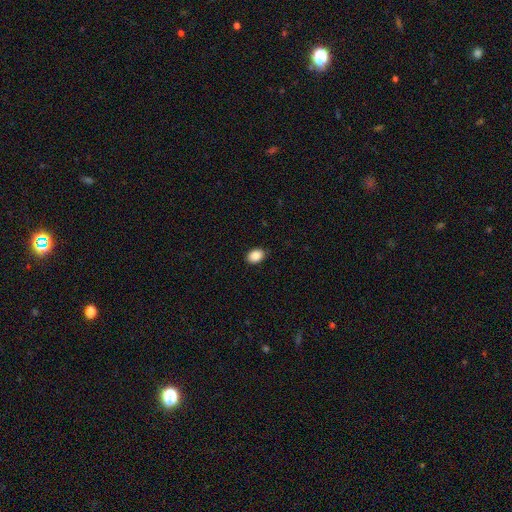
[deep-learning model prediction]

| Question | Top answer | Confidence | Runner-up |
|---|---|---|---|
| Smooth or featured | smooth | 87% | star or artifact (8%) |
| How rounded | in between | 74% | round (25%) |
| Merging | none | 86% | minor disturbance (11%) |